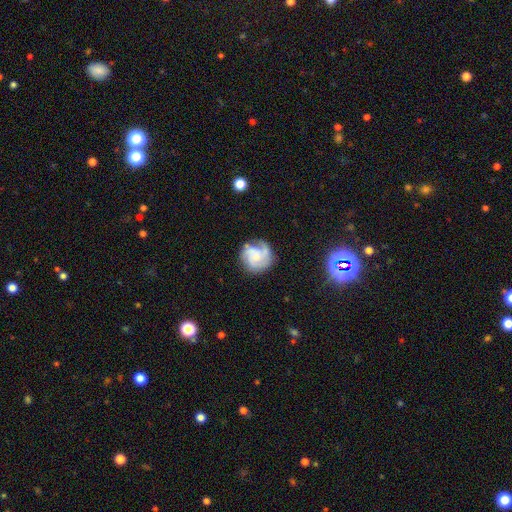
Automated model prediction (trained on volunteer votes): smooth_or_featured: featured or disk (p=0.64) [alt: smooth p=0.28]
disk_edge_on: no (p=0.98) [alt: yes p=0.02]
bar: no (p=0.73) [alt: weak p=0.23]
has_spiral_arms: yes (p=0.87) [alt: no p=0.13]
spiral_winding: tight (p=0.44) [alt: medium p=0.40]
spiral_arm_count: 3 (p=0.36) [alt: can't tell p=0.24]
bulge_size: small (p=0.55) [alt: moderate p=0.25]
merging: none (p=0.61) [alt: minor disturbance p=0.22]